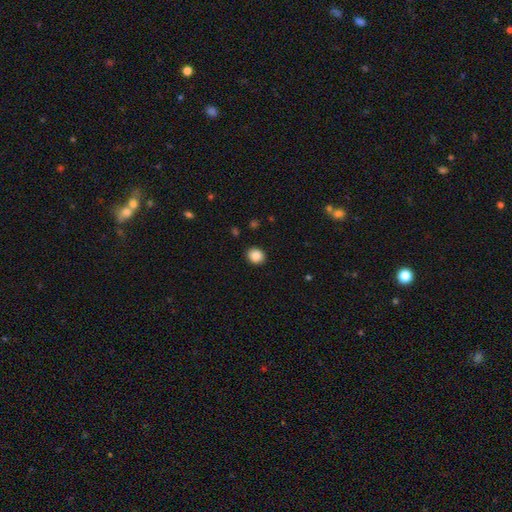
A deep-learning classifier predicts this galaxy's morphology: type=smooth (87%); roundness=round (75%); merging=none (91%).